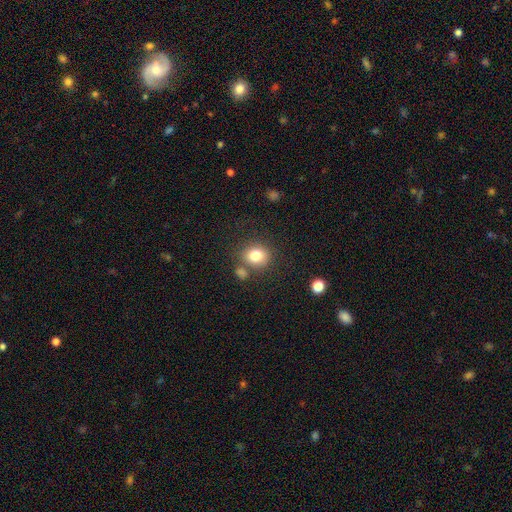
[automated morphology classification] smooth 81%, star or artifact 11%, featured or disk 8%. Down the decision tree: how rounded — round (71%); merging — none (70%).